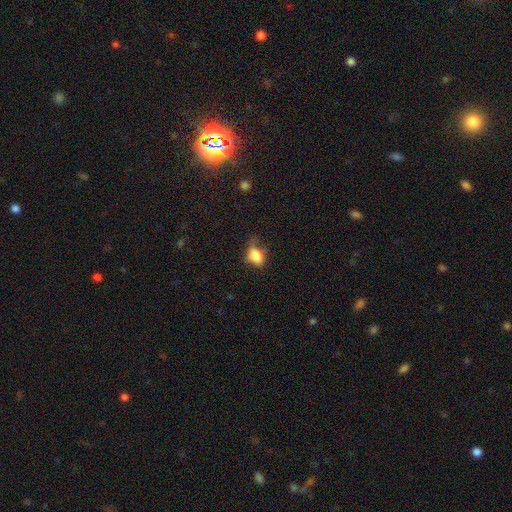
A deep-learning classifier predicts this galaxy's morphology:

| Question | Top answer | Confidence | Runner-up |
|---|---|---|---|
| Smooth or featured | smooth | 81% | featured or disk (10%) |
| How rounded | in between | 82% | round (15%) |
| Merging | none | 41% | minor disturbance (37%) |